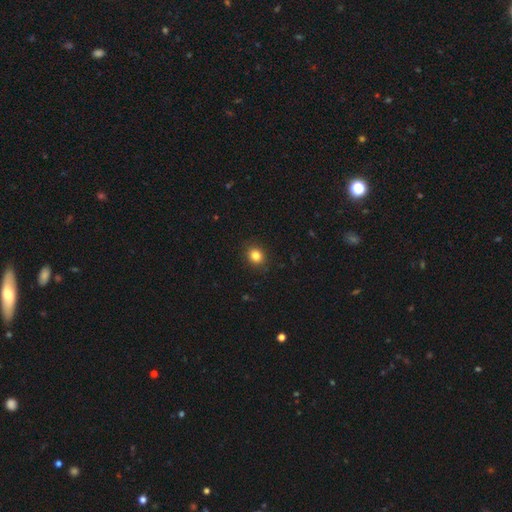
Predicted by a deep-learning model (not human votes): smooth_or_featured: smooth (p=0.83) [alt: star or artifact p=0.11]
how_rounded: round (p=0.69) [alt: in between p=0.31]
merging: none (p=0.90) [alt: minor disturbance p=0.07]